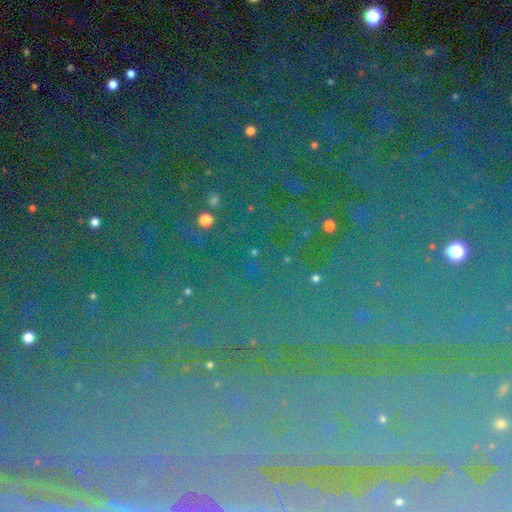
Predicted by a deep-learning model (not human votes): This appears to be a star or artifact, not a galaxy (75%).